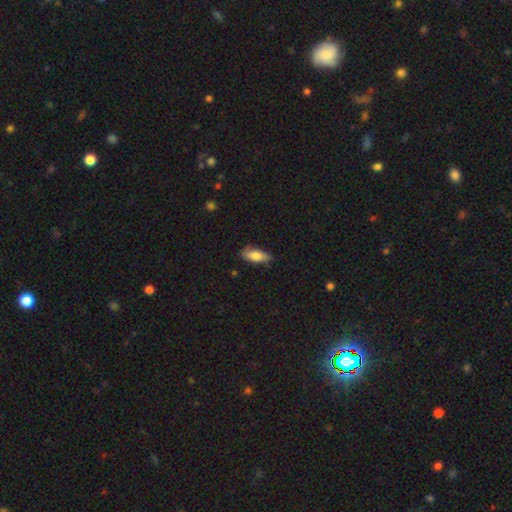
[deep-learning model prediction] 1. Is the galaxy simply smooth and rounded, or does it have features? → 78% smooth, 16% featured or disk, 7% star or artifact.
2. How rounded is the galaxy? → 80% in between, 17% cigar-shaped, 3% round.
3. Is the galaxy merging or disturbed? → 72% none, 23% minor disturbance, 4% major disturbance, 1% merger.